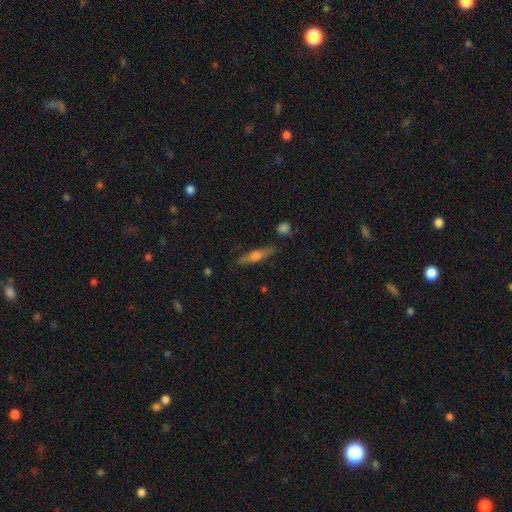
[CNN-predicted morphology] This appears to be a featured or disk galaxy (64%) viewed edge-on (95%) with a rounded central bulge (86%). Merging: none (86%).